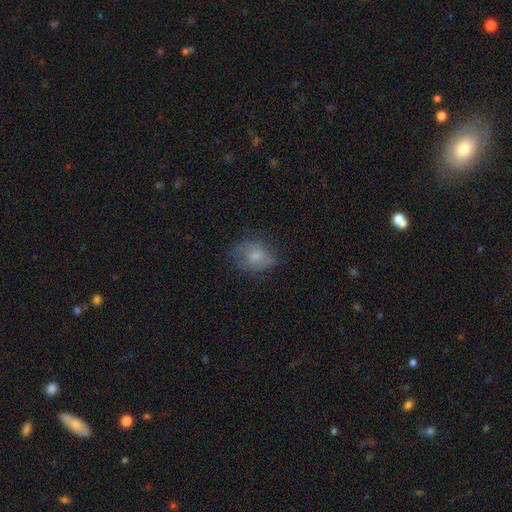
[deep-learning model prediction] This appears to be a smooth galaxy with no disk features (64%) that is in between round and cigar-shaped (50%). Merging: none (61%).